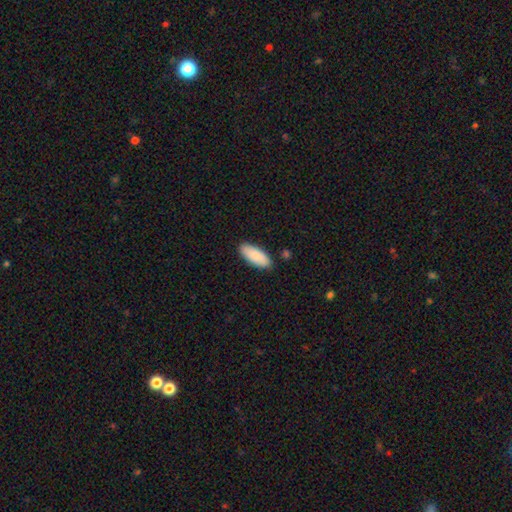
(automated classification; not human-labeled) Overall: smooth (89%). How rounded: in between (82%). Merging: none (88%).